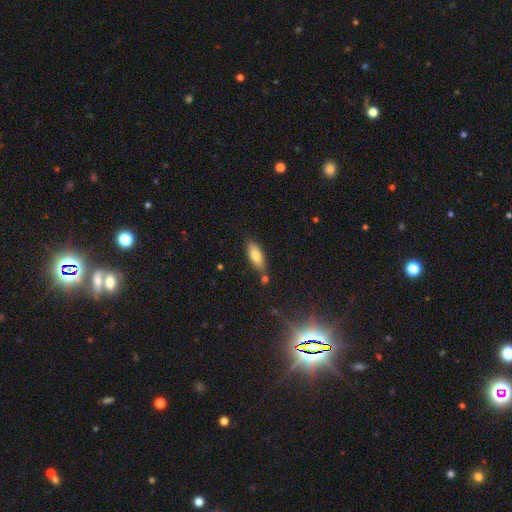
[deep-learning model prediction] A smooth galaxy with no disk features (76%) that is in between round and cigar-shaped (71%).

Vote fractions:
- Smooth or featured? smooth: 76% / featured or disk: 16% / star or artifact: 7%
- How rounded? in between: 71% / cigar-shaped: 27% / round: 2%
- Merging? none: 77% / minor disturbance: 14% / merger: 6% / major disturbance: 3%